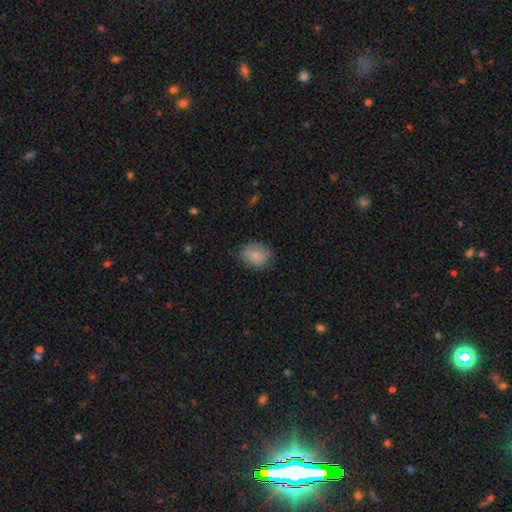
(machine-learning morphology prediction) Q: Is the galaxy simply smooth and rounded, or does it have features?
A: smooth — 81%.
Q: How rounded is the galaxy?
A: in between — 62%.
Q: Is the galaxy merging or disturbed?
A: none — 73%.